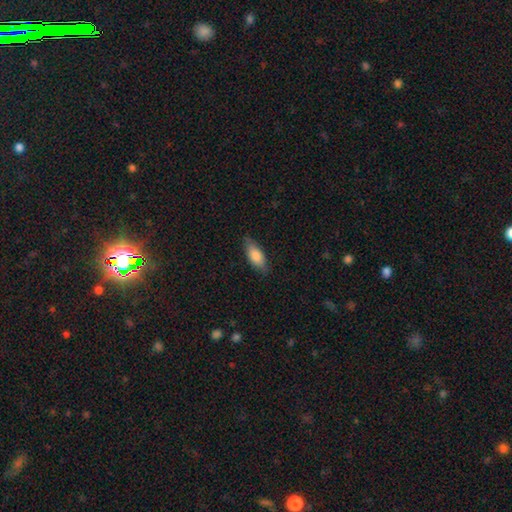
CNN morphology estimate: A smooth galaxy with no disk features (79%) that is in between round and cigar-shaped (81%). Merging: none (80%).